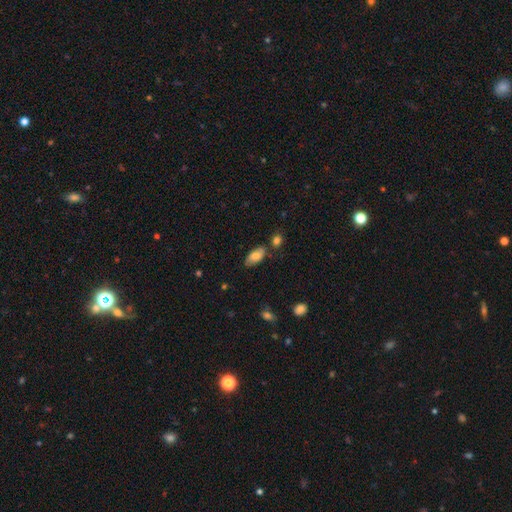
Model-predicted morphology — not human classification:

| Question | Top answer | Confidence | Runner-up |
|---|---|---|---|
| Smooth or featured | smooth | 72% | featured or disk (21%) |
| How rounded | in between | 90% | cigar-shaped (7%) |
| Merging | none | 69% | minor disturbance (19%) |